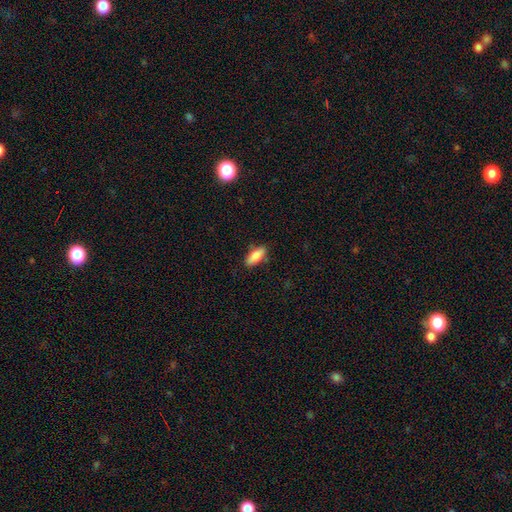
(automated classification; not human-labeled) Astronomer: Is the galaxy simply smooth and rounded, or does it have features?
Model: smooth — 84%.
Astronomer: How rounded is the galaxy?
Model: in between — 73%.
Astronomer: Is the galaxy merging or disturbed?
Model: none — 83%.